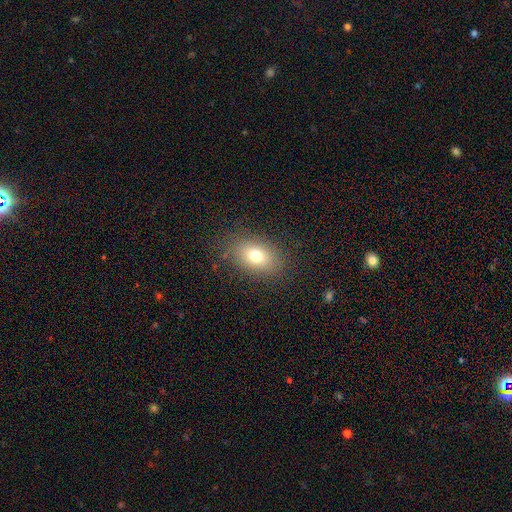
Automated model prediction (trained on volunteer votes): Q: Smooth or featured?
A: smooth (73%); runner-up: featured or disk (14%)
Q: How rounded?
A: in between (79%); runner-up: round (19%)
Q: Merging?
A: none (83%); runner-up: minor disturbance (11%)